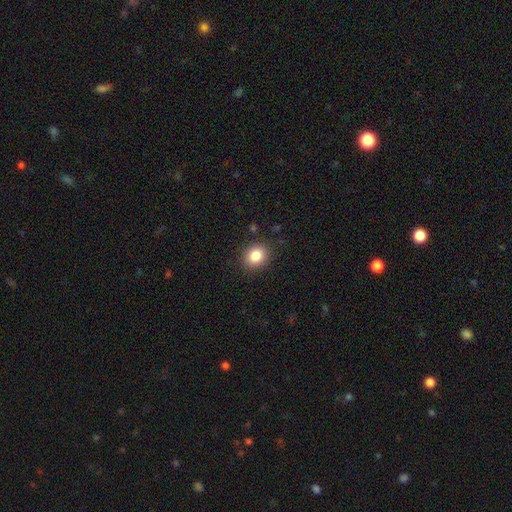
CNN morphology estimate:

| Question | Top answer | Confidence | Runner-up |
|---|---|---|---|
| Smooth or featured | smooth | 85% | star or artifact (10%) |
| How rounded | round | 69% | in between (31%) |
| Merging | none | 88% | minor disturbance (8%) |